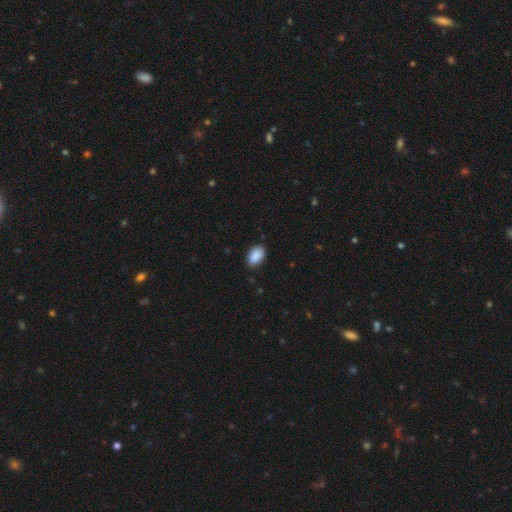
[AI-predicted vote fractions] Q: Smooth or featured?
A: smooth (89%); runner-up: star or artifact (7%)
Q: How rounded?
A: in between (92%); runner-up: round (7%)
Q: Merging?
A: none (81%); runner-up: minor disturbance (15%)